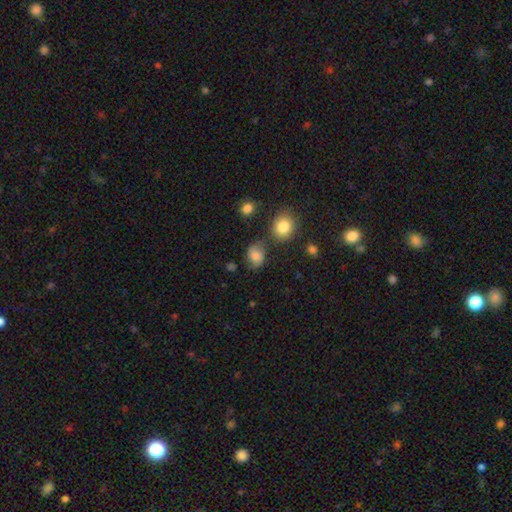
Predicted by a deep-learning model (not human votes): Smooth or featured? Predicted: smooth (p=0.65). How rounded? Predicted: round (p=0.52). Merging? Predicted: none (p=0.62).